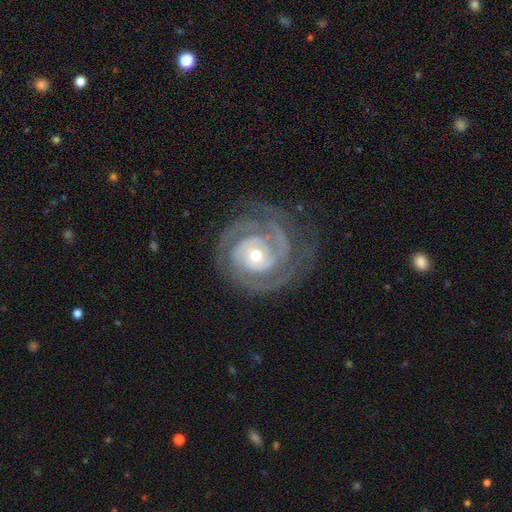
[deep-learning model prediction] Smooth or featured? featured or disk (89%)
Edge-on disk? no (98%)
Bar? no (72%)
Spiral arms? yes (96%)
Spiral winding? tight (76%)
Spiral arm count? 2 (41%)
Bulge size? moderate (54%)
Merging? none (71%)